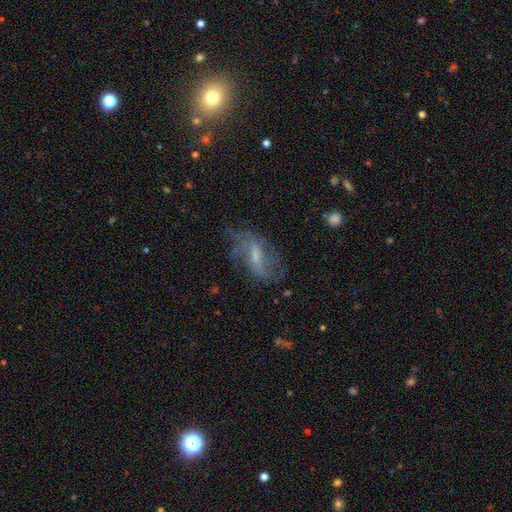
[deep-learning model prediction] Morphology: type=featured or disk (65%); edge-on=no (92%); bar=weak (53%); spiral arms=yes (79%); bulge=small (40%); merging=none (56%).